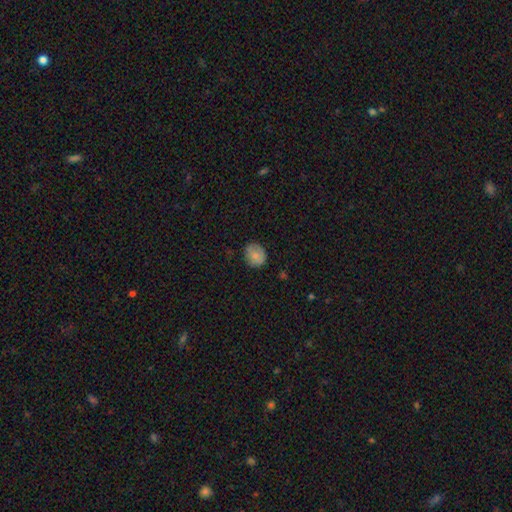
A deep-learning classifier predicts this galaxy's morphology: Smooth or featured? Predicted: smooth (p=0.81). How rounded? Predicted: round (p=0.72). Merging? Predicted: none (p=0.77).